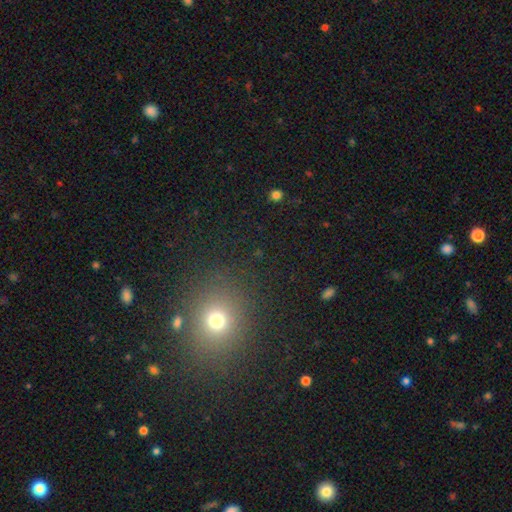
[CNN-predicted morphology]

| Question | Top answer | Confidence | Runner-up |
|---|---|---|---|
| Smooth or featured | smooth | 60% | star or artifact (33%) |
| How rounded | round | 76% | in between (22%) |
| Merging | none | 89% | minor disturbance (6%) |